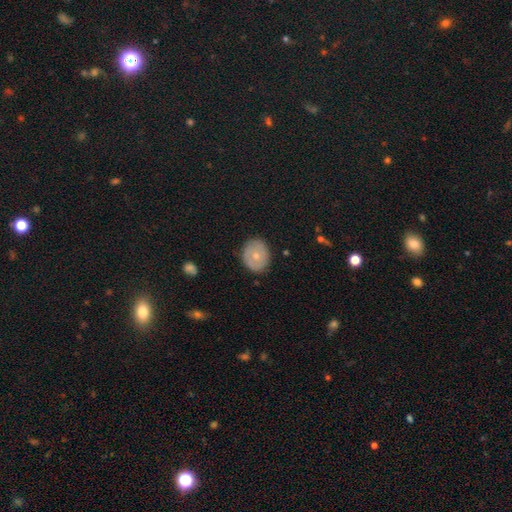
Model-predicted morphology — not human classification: Smooth or featured? Predicted: smooth (p=0.60). How rounded? Predicted: round (p=0.70). Merging? Predicted: none (p=0.84).